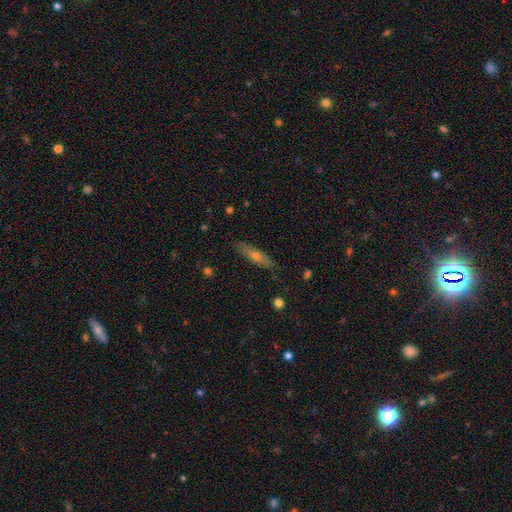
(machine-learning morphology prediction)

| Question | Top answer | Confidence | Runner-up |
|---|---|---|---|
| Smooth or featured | smooth | 47% | featured or disk (46%) |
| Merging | none | 84% | minor disturbance (12%) |